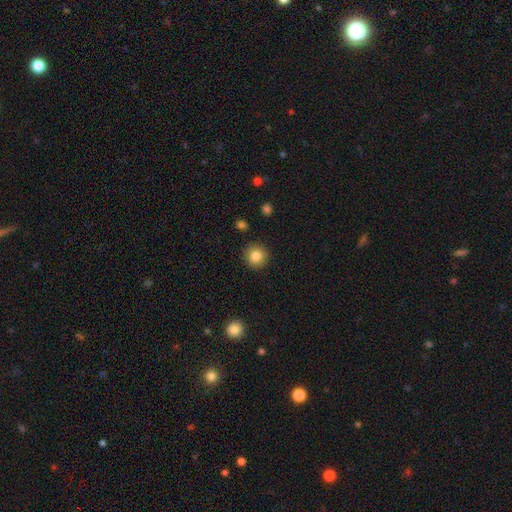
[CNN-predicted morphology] Smooth or featured? smooth (84%)
How rounded? round (94%)
Merging? none (91%)